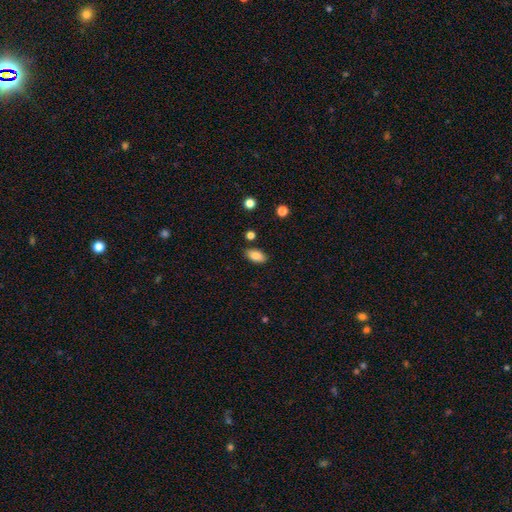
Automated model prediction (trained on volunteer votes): A smooth galaxy with no disk features (86%) that is in between round and cigar-shaped (92%). Merging: none (85%).